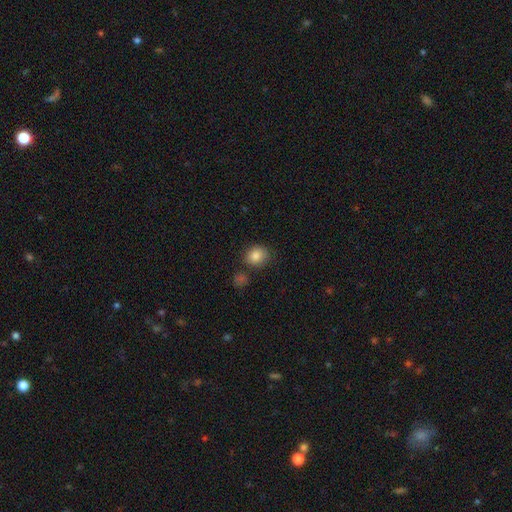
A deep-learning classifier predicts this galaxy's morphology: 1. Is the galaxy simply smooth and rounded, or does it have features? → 85% smooth, 9% star or artifact, 6% featured or disk.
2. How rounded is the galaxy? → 63% round, 36% in between, 1% cigar-shaped.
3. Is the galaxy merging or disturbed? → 75% none, 14% minor disturbance, 8% merger, 4% major disturbance.